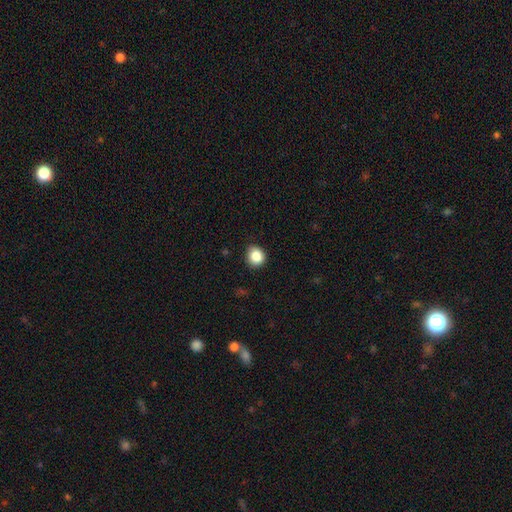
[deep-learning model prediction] Smooth or featured? smooth (86%)
How rounded? round (82%)
Merging? none (85%)